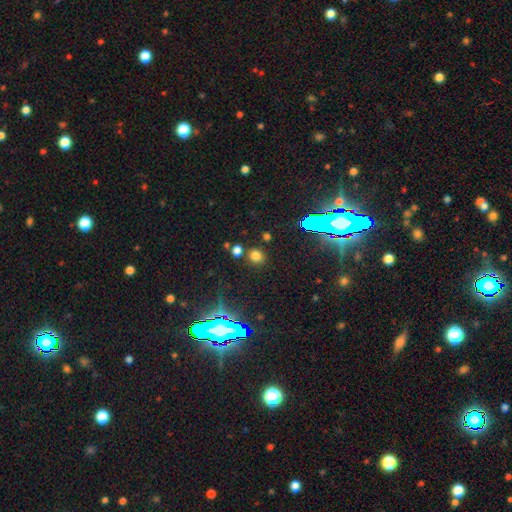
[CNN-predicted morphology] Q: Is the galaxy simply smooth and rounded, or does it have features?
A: smooth — 69%.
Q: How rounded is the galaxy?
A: round — 88%.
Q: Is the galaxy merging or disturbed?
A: none — 83%.